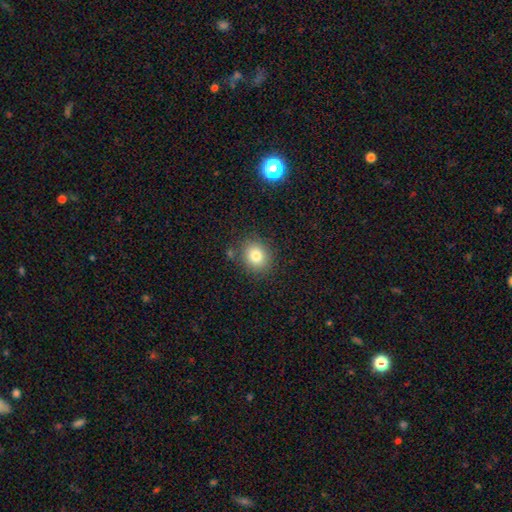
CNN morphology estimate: Q: Smooth or featured?
A: smooth (81%); runner-up: star or artifact (11%)
Q: How rounded?
A: round (71%); runner-up: in between (28%)
Q: Merging?
A: none (82%); runner-up: minor disturbance (11%)